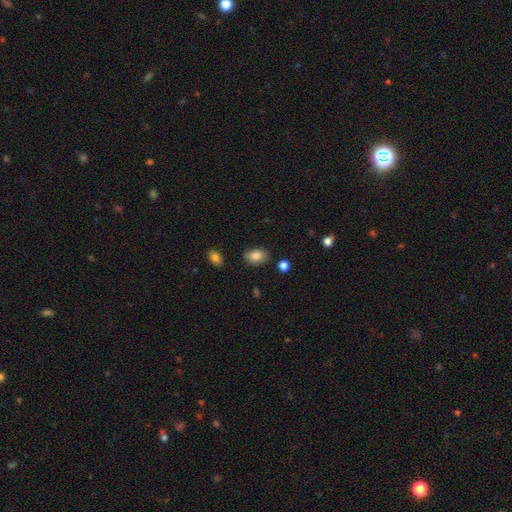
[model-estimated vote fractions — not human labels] smooth 85%, star or artifact 8%, featured or disk 7%. Down the decision tree: how rounded — in between (84%); merging — none (80%).